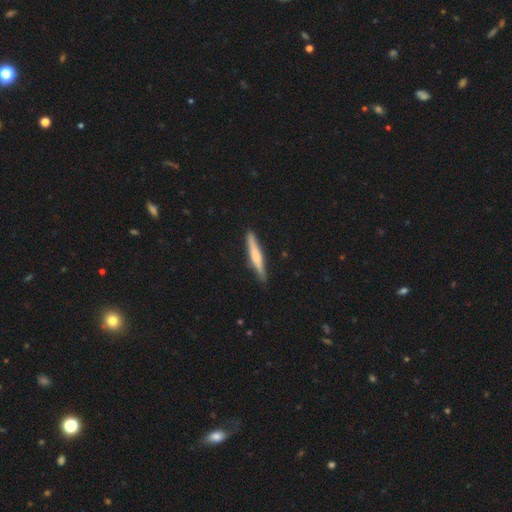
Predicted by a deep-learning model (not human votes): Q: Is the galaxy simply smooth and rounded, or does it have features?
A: smooth — 52%.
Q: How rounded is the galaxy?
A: cigar-shaped — 94%.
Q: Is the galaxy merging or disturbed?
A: none — 88%.